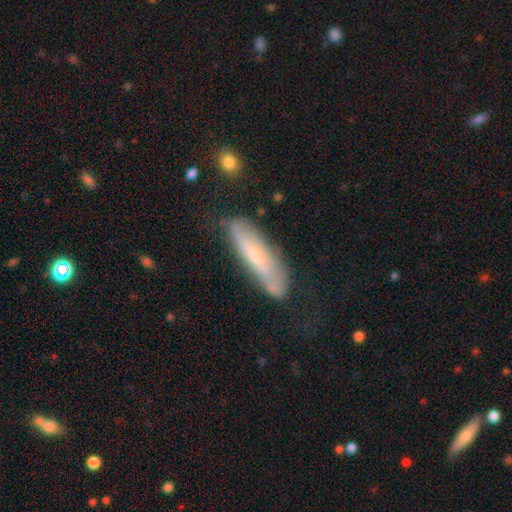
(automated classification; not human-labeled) This appears to be a smooth galaxy with no disk features (49%). Merging: none (69%).